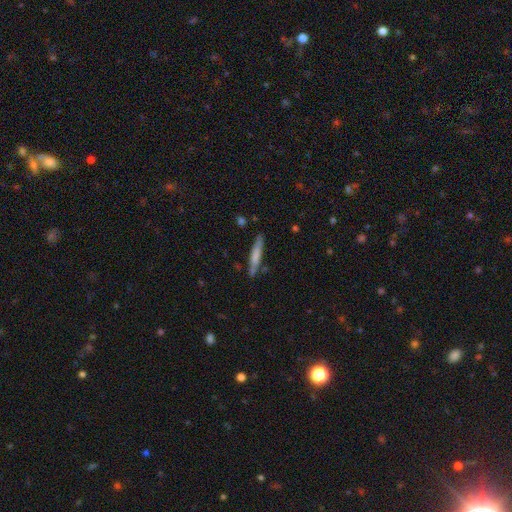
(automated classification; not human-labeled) A smooth galaxy with no disk features (64%) that is cigar-shaped (93%). Merging: none (84%).